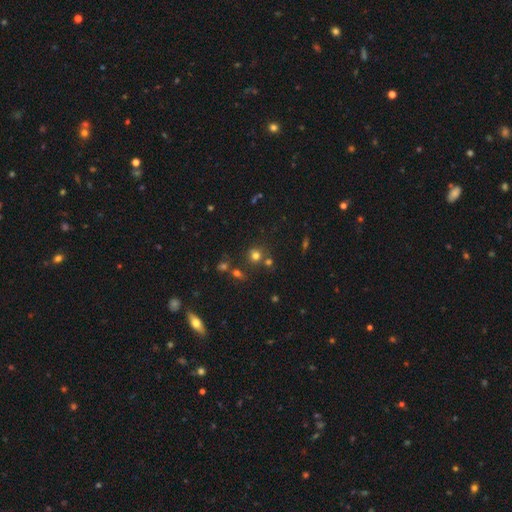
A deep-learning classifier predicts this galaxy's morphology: smooth 67%, star or artifact 24%, featured or disk 8%. Down the decision tree: how rounded — round (88%); merging — none (72%).